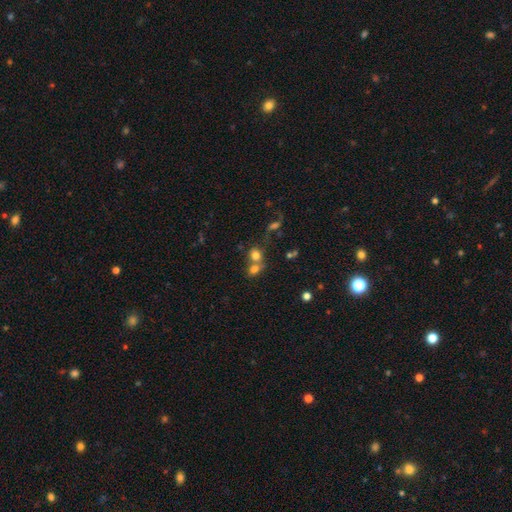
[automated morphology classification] Q: Smooth or featured?
A: smooth (75%); runner-up: star or artifact (14%)
Q: How rounded?
A: round (69%); runner-up: in between (30%)
Q: Merging?
A: merger (52%); runner-up: none (36%)